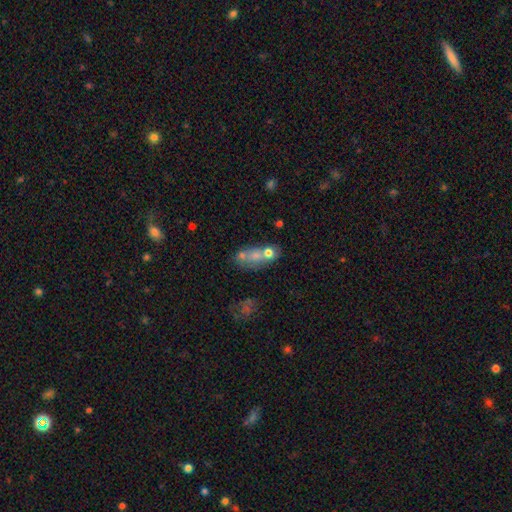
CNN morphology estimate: A smooth galaxy with no disk features (54%) that is in between round and cigar-shaped (57%).

Vote fractions:
- Smooth or featured? smooth: 54% / featured or disk: 29% / star or artifact: 17%
- How rounded? in between: 57% / round: 32% / cigar-shaped: 11%
- Merging? merger: 48% / none: 33% / minor disturbance: 11% / major disturbance: 8%